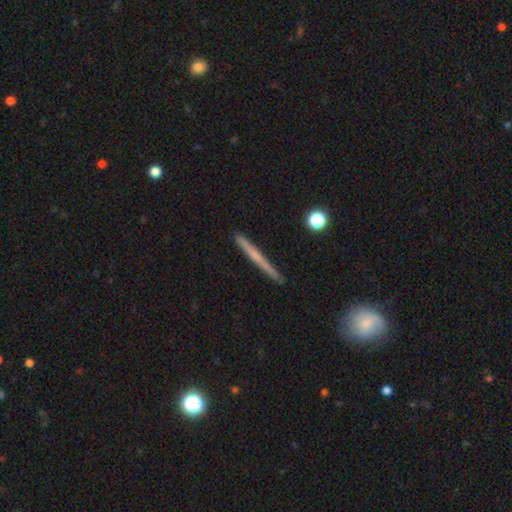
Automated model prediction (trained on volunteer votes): The model was most divided on "smooth or featured": featured or disk: 50%, smooth: 43%, star or artifact: 6%. More confident: edge-on disk — yes (97%); merging — none (91%).